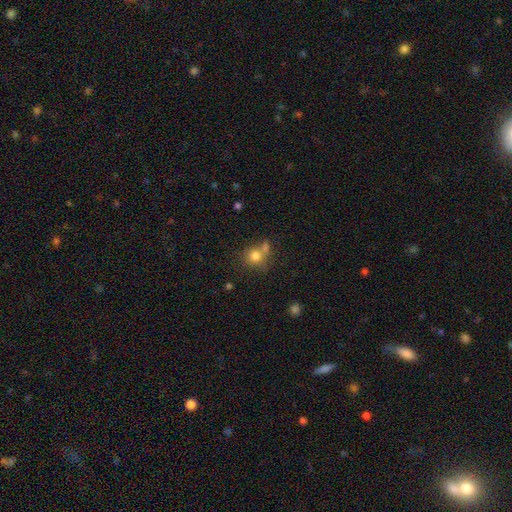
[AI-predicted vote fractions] smooth_or_featured: smooth (p=0.79) [alt: star or artifact p=0.12]
how_rounded: round (p=0.83) [alt: in between p=0.16]
merging: none (p=0.51) [alt: merger p=0.31]